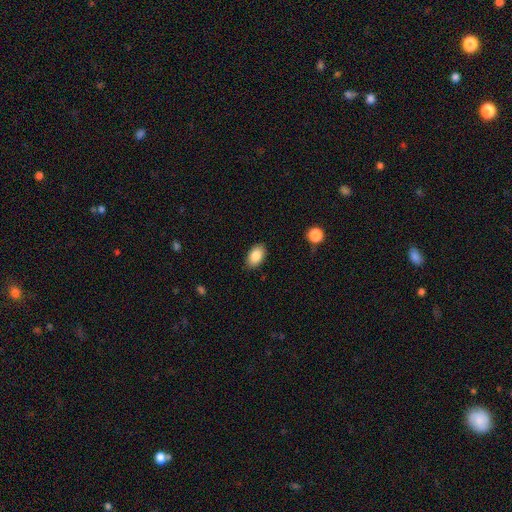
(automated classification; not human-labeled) Smooth or featured? Predicted: smooth (p=0.87). How rounded? Predicted: in between (p=0.92). Merging? Predicted: none (p=0.87).